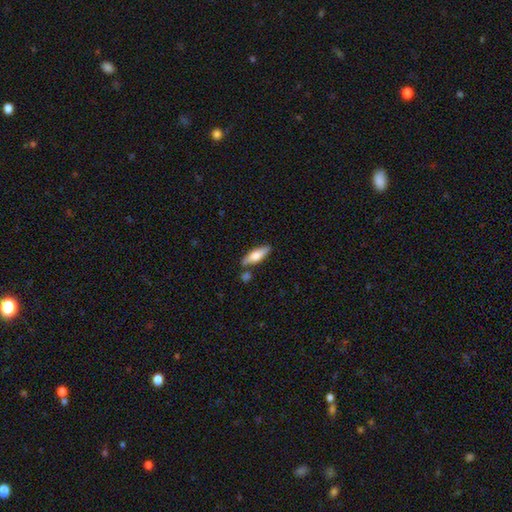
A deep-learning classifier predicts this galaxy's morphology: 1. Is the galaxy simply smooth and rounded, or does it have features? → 64% smooth, 30% featured or disk, 6% star or artifact.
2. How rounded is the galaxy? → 54% cigar-shaped, 44% in between, 2% round.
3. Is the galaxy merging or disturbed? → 77% none, 12% minor disturbance, 8% merger, 3% major disturbance.